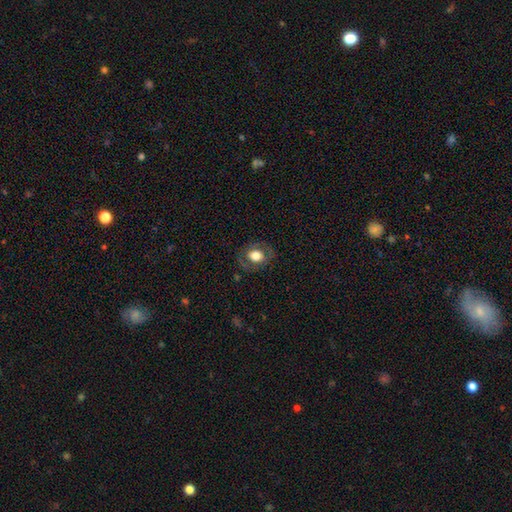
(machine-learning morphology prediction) This is likely a smooth galaxy (63%). How rounded: possibly round (52%). Merging: likely none (78%).